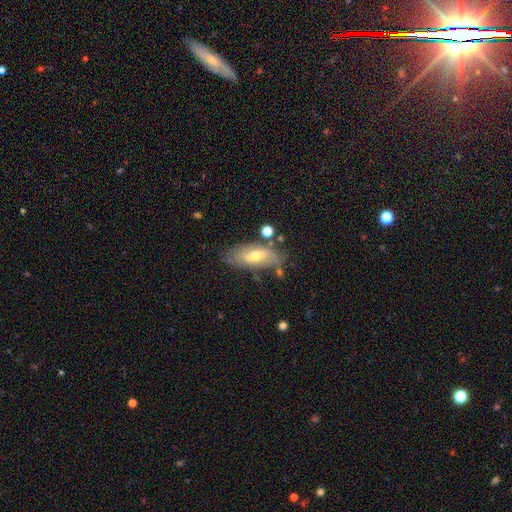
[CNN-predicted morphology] A smooth galaxy with no disk features (49%). Merging: none (67%).